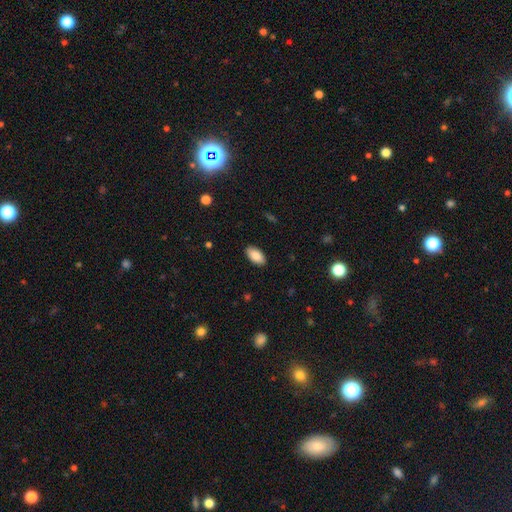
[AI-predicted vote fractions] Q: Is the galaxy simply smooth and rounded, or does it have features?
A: smooth — 89%.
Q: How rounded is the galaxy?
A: in between — 94%.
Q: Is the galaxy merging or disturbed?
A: none — 89%.